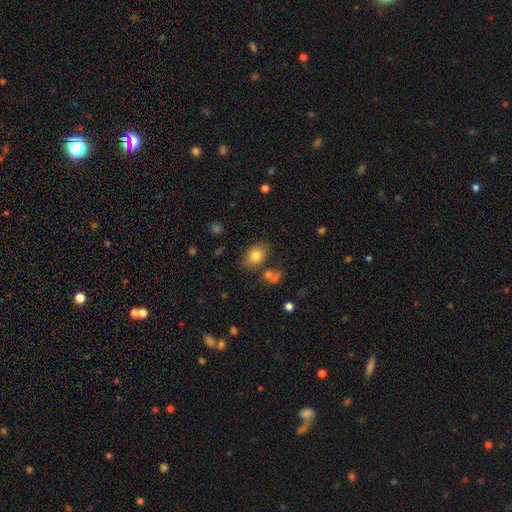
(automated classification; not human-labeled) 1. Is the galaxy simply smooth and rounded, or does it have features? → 81% smooth, 10% star or artifact, 10% featured or disk.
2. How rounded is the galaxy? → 70% in between, 29% round, 1% cigar-shaped.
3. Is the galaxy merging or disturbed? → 74% none, 14% minor disturbance, 7% merger, 4% major disturbance.